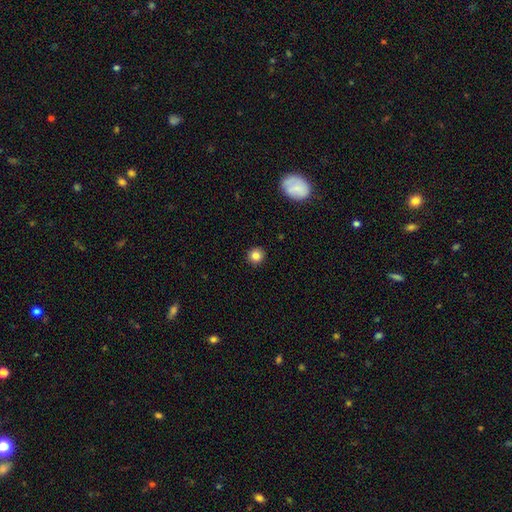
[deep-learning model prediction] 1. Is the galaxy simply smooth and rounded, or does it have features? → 84% smooth, 11% star or artifact, 6% featured or disk.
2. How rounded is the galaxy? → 92% round, 7% in between, 1% cigar-shaped.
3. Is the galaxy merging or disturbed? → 92% none, 5% minor disturbance, 2% major disturbance, 1% merger.